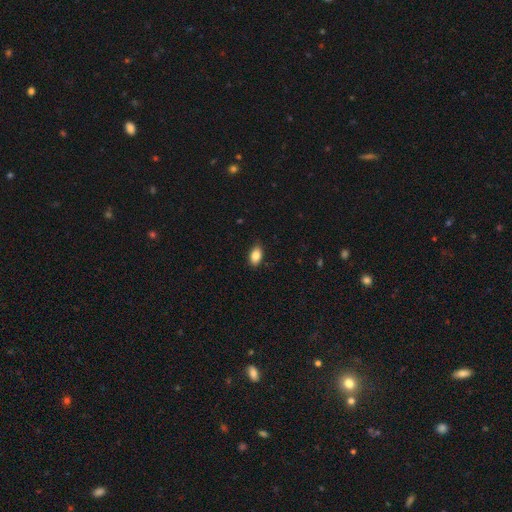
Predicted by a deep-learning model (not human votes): Smooth or featured? smooth (87%)
How rounded? in between (91%)
Merging? none (86%)